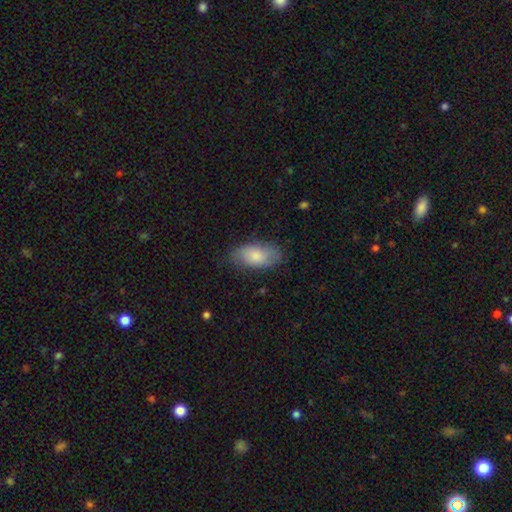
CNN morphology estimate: type=smooth (79%); roundness=in between (93%); merging=none (70%).